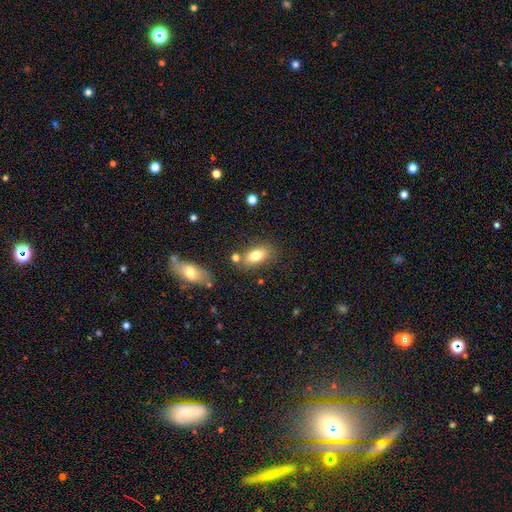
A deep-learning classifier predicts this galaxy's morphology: Overall: smooth (77%). How rounded: in between (88%). Merging: none (70%).